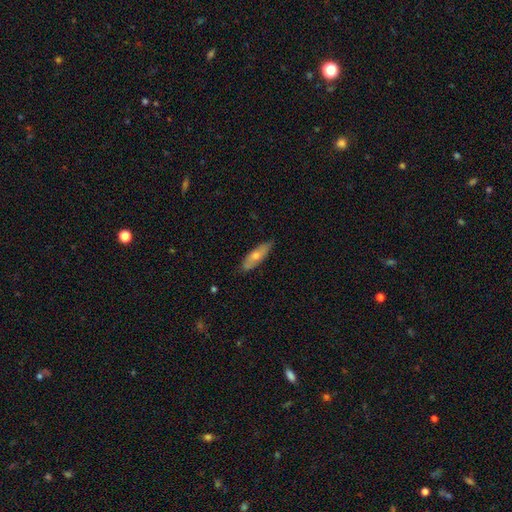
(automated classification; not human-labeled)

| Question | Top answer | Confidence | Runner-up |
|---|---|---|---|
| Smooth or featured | smooth | 51% | featured or disk (42%) |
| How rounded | cigar-shaped | 58% | in between (39%) |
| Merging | none | 85% | minor disturbance (12%) |